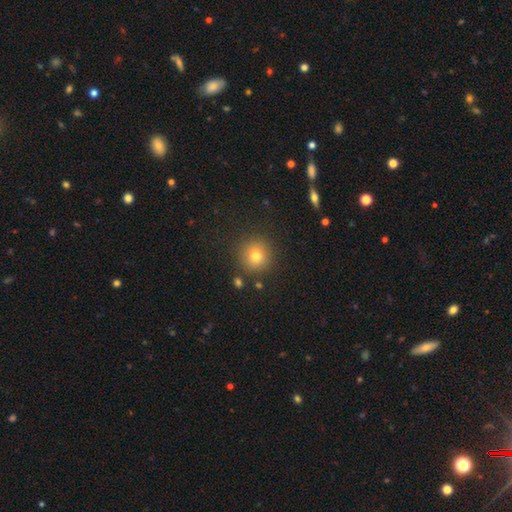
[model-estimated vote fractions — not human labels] Smooth or featured? Predicted: smooth (p=0.76). How rounded? Predicted: round (p=0.94). Merging? Predicted: none (p=0.87).